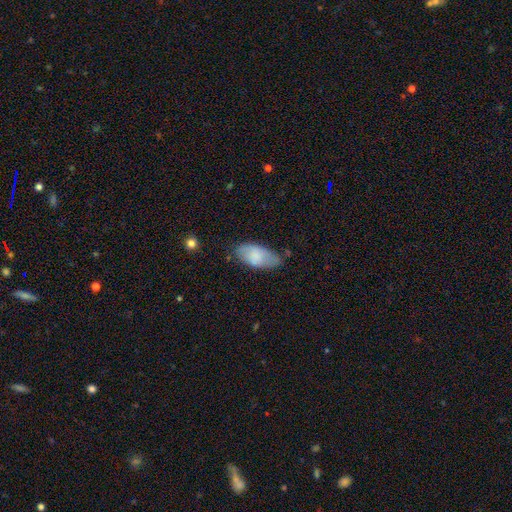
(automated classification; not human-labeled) Overall: smooth (78%). How rounded: in between (92%). Merging: none (62%; minor disturbance 28%).